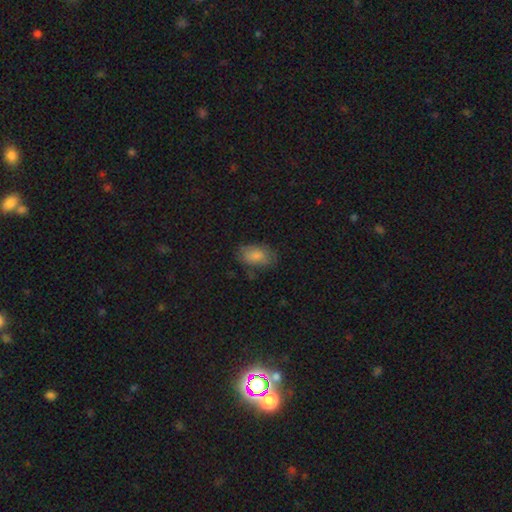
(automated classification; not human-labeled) Smooth or featured? smooth (82%)
How rounded? in between (90%)
Merging? none (68%)